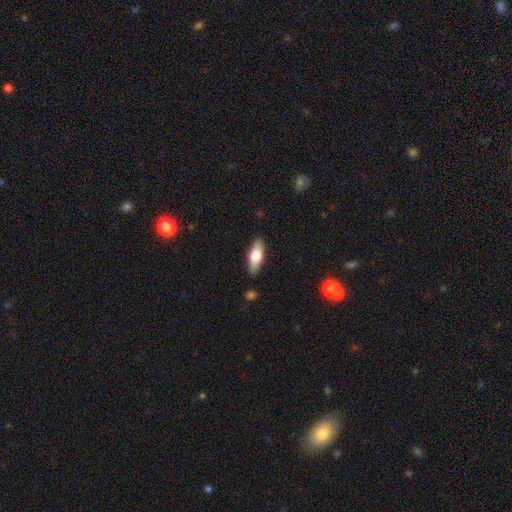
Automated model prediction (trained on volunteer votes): Morphology: type=smooth (63%); roundness=in between (69%); merging=none (87%).